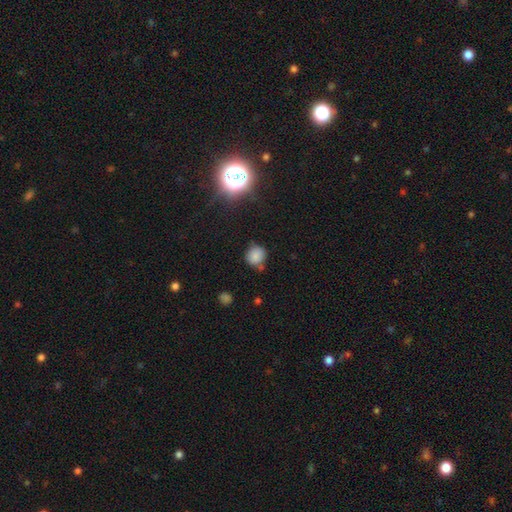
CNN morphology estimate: A smooth galaxy with no disk features (80%) that is round (85%). Merging: none (67%).